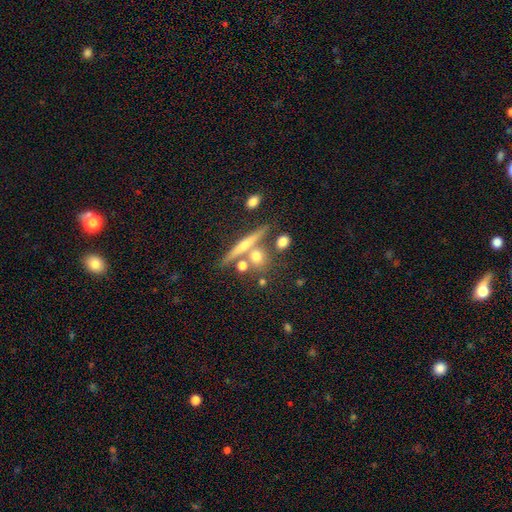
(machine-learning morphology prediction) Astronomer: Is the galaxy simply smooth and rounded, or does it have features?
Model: featured or disk — 61%.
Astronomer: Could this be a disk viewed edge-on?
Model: yes — 91%.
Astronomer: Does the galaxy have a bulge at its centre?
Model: rounded — 75%.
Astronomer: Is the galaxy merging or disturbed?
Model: none — 71%.